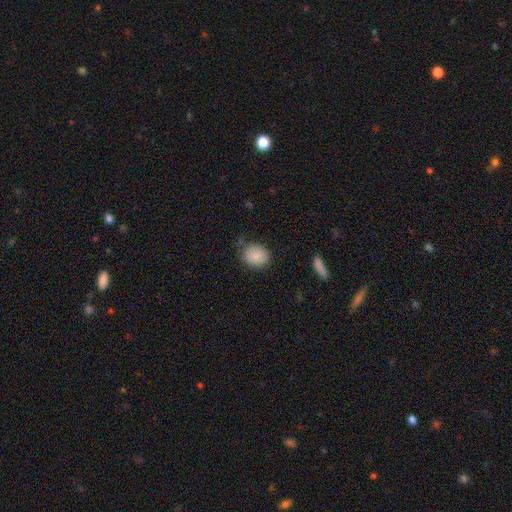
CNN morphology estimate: Overall: smooth (88%). How rounded: round (65%; in between 34%). Merging: none (73%).